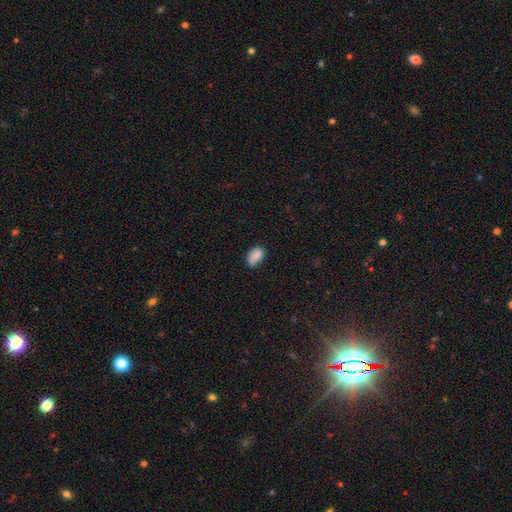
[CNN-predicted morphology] smooth_or_featured: smooth (p=0.82) [alt: featured or disk p=0.09]
how_rounded: in between (p=0.86) [alt: round p=0.12]
merging: none (p=0.52) [alt: minor disturbance p=0.32]